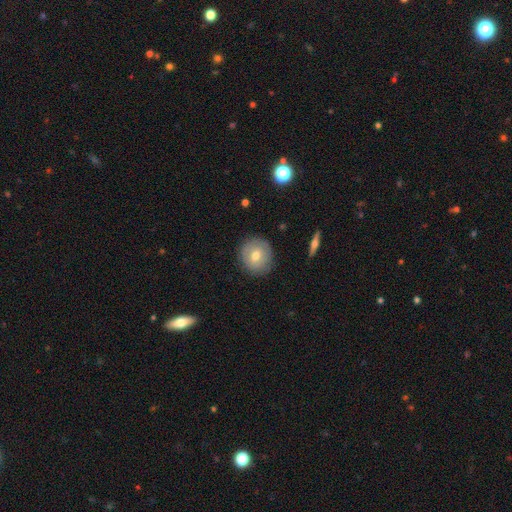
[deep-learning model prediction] Q: Smooth or featured?
A: smooth (61%); runner-up: featured or disk (30%)
Q: How rounded?
A: round (89%); runner-up: in between (10%)
Q: Merging?
A: none (85%); runner-up: minor disturbance (11%)